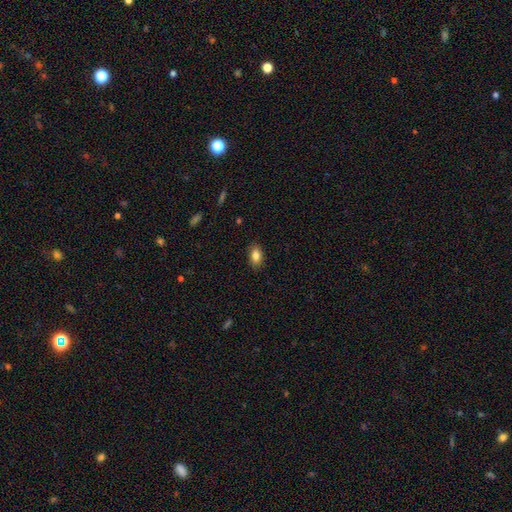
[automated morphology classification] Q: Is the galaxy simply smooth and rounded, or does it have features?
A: smooth — 84%.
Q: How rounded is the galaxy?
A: in between — 87%.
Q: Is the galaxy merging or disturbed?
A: none — 87%.